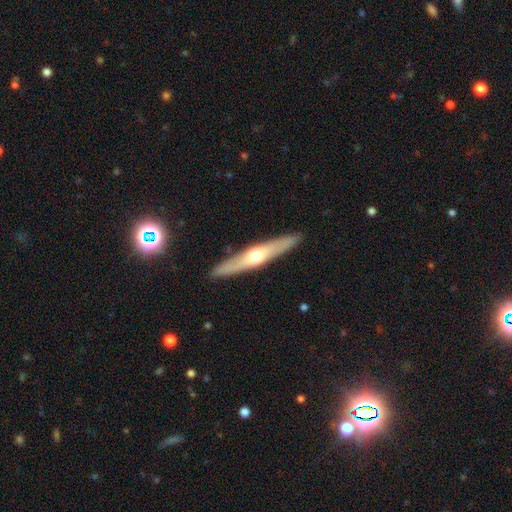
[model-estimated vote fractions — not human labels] Smooth or featured? Predicted: featured or disk (p=0.60). Edge-on disk? Predicted: yes (p=0.91). Edge-on bulge? Predicted: rounded (p=0.90). Merging? Predicted: none (p=0.90).